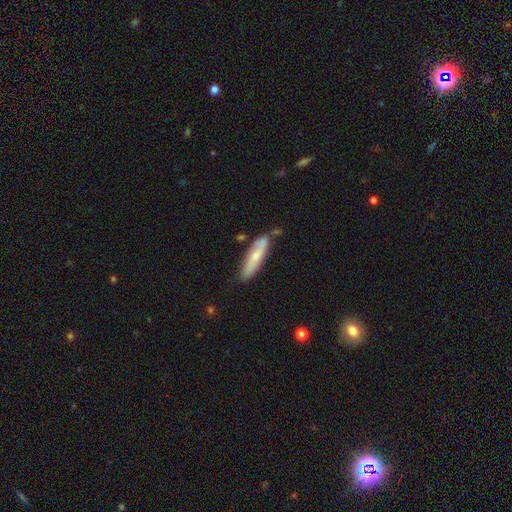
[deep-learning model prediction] smooth_or_featured: smooth (p=0.62) [alt: featured or disk p=0.32]
how_rounded: cigar-shaped (p=0.71) [alt: in between p=0.27]
merging: none (p=0.69) [alt: minor disturbance p=0.21]